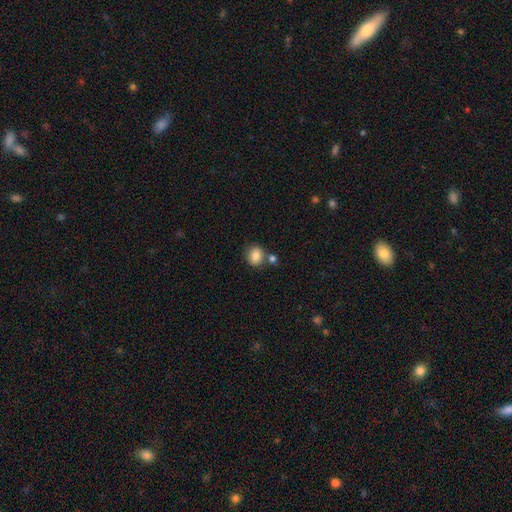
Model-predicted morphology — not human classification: Smooth or featured? Predicted: smooth (p=0.84). How rounded? Predicted: round (p=0.61). Merging? Predicted: none (p=0.69).